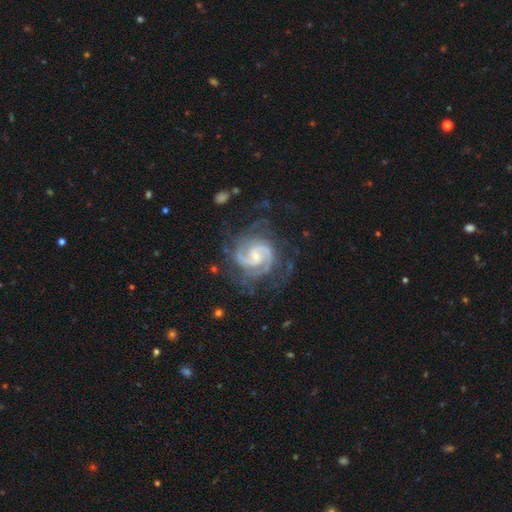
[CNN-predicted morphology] This is clearly a featured or disk galaxy (92%). It is clearly not viewed edge-on (98%). Bar: possibly weak (46%). Spiral arm pattern: clearly yes (99%). Spiral arm count: likely 2 (78%). Spiral winding: possibly tight (56%). Central bulge: likely small (60%). Merging: likely none (72%).